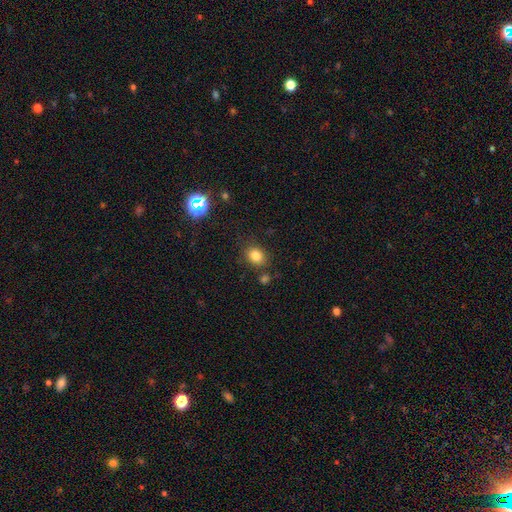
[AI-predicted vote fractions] A smooth galaxy with no disk features (81%) that is round (57%).

Vote fractions:
- Smooth or featured? smooth: 81% / star or artifact: 13% / featured or disk: 6%
- How rounded? round: 57% / in between: 42% / cigar-shaped: 1%
- Merging? none: 80% / minor disturbance: 11% / merger: 5% / major disturbance: 4%